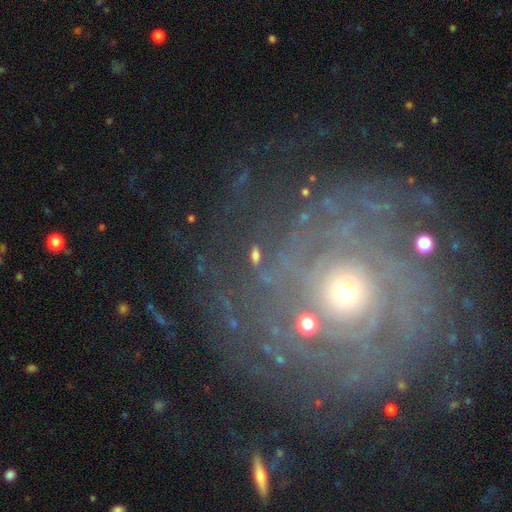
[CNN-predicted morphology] This appears to be a smooth galaxy with no disk features (51%) that is in between round and cigar-shaped (71%). Merging: none (73%).